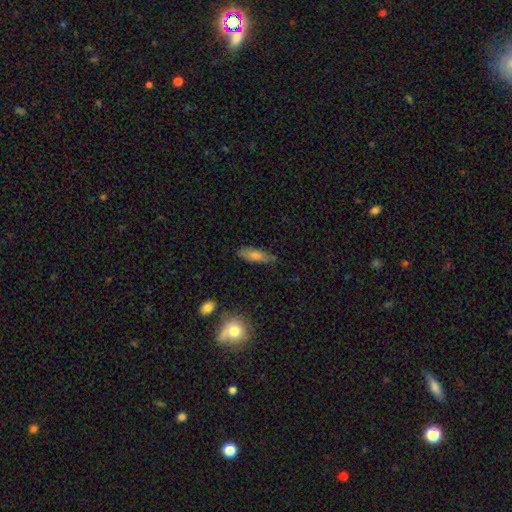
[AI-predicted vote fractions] smooth 72%, featured or disk 20%, star or artifact 7%. Down the decision tree: how rounded — cigar-shaped (54%); merging — none (81%).